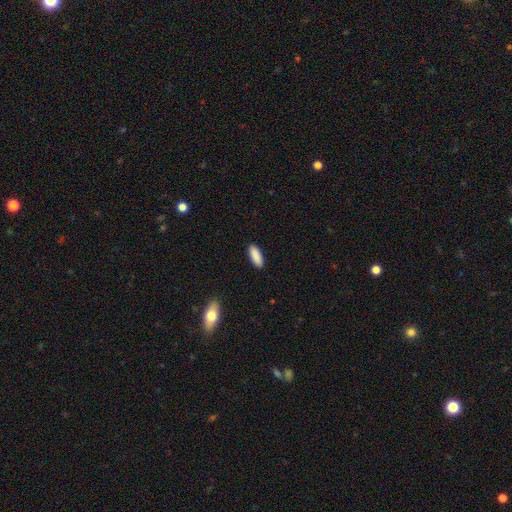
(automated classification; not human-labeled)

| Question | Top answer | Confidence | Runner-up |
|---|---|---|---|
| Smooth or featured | smooth | 90% | star or artifact (6%) |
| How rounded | in between | 73% | cigar-shaped (25%) |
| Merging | none | 90% | minor disturbance (7%) |